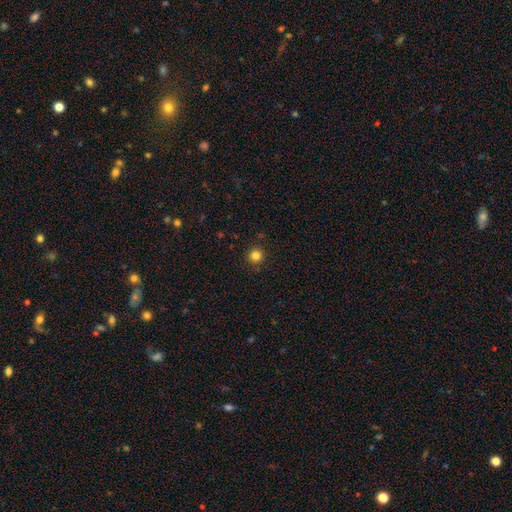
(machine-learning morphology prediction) smooth_or_featured: smooth (p=0.83) [alt: star or artifact p=0.13]
how_rounded: round (p=0.95) [alt: in between p=0.04]
merging: none (p=0.91) [alt: minor disturbance p=0.06]